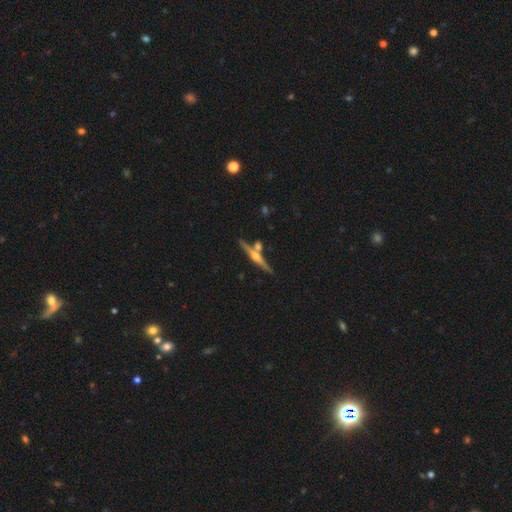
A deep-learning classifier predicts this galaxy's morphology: Q: Smooth or featured?
A: featured or disk (76%); runner-up: smooth (18%)
Q: Edge-on disk?
A: yes (97%); runner-up: no (3%)
Q: Edge-on bulge?
A: rounded (91%); runner-up: none (5%)
Q: Merging?
A: none (74%); runner-up: merger (15%)